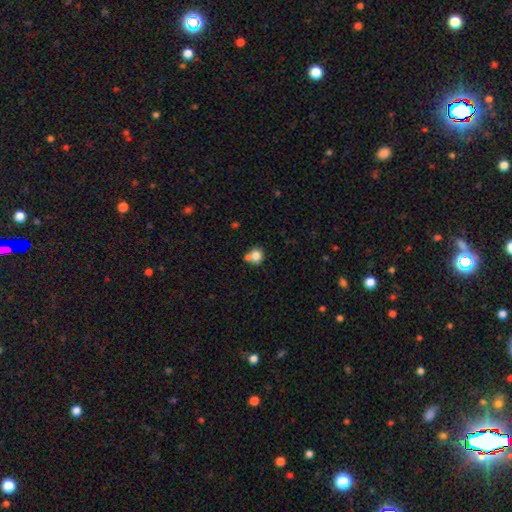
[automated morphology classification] Smooth or featured? Predicted: smooth (p=0.81). How rounded? Predicted: round (p=0.83). Merging? Predicted: none (p=0.53).